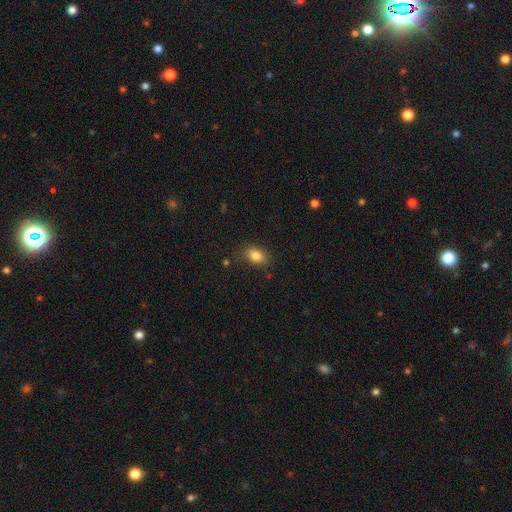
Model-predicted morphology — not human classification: This appears to be a smooth galaxy with no disk features (83%) that is in between round and cigar-shaped (80%). Merging: none (81%).